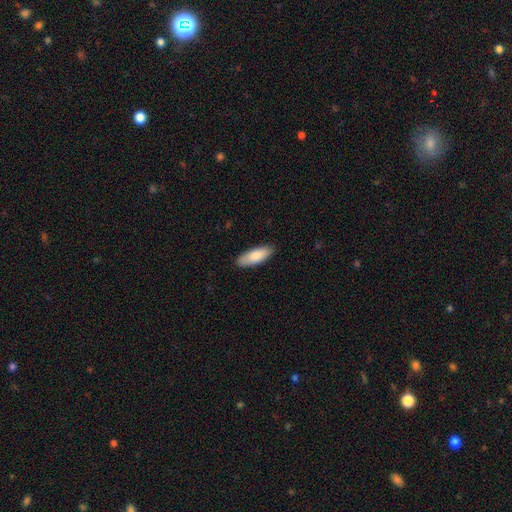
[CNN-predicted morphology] This is clearly a smooth galaxy (85%). How rounded: likely in between (68%). Merging: clearly none (88%).